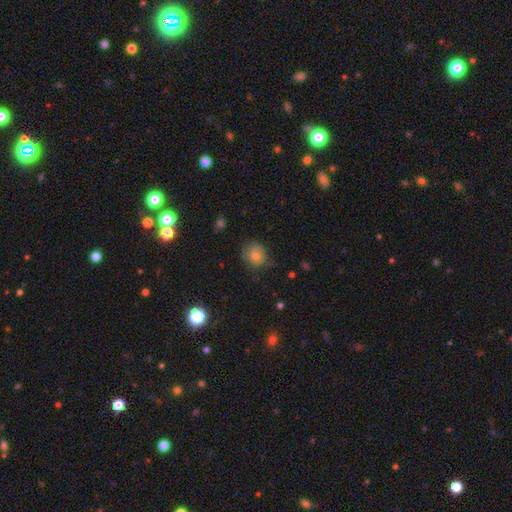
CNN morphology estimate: A smooth galaxy with no disk features (62%) that is round (80%).

Vote fractions:
- Smooth or featured? smooth: 62% / featured or disk: 22% / star or artifact: 15%
- How rounded? round: 80% / in between: 19% / cigar-shaped: 1%
- Merging? none: 69% / minor disturbance: 22% / major disturbance: 7% / merger: 1%